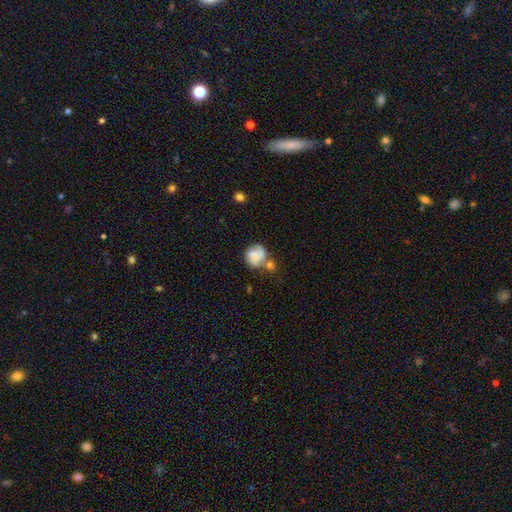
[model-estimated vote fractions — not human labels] This is likely a smooth galaxy (70%). How rounded: likely round (73%). Merging: marginally none (38%).